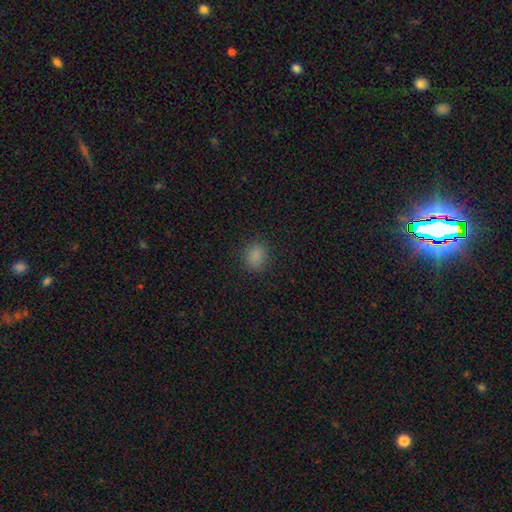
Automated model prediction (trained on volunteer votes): smooth-or-featured: smooth: 84% | star or artifact: 13% | featured or disk: 3%
  how-rounded: round: 62% | in between: 37% | cigar-shaped: 1%
  merging: none: 86% | minor disturbance: 10% | major disturbance: 3% | merger: 1%